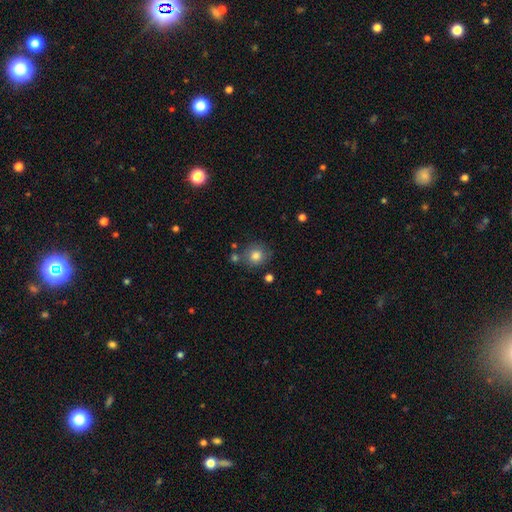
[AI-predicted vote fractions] Morphology: type=smooth (82%); roundness=round (87%); merging=none (74%).